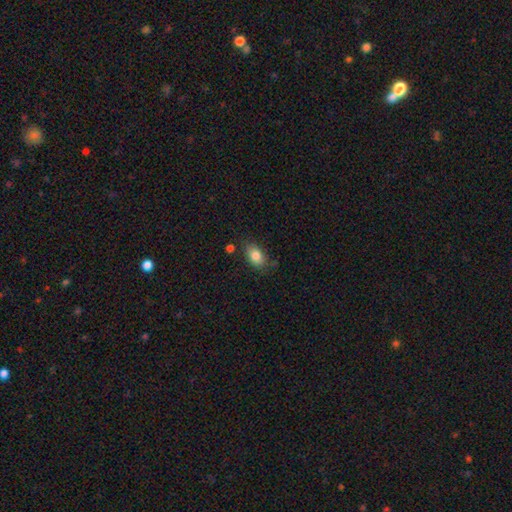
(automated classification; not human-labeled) A smooth galaxy with no disk features (82%) that is in between round and cigar-shaped (87%). Merging: none (72%).